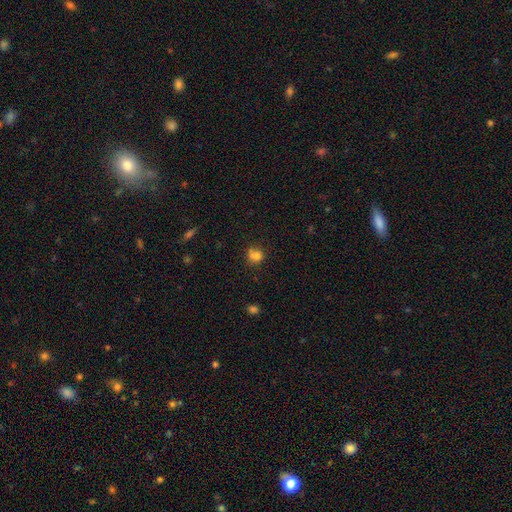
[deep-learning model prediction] This appears to be a smooth galaxy with no disk features (75%) that is round (69%). Merging: none (44%).